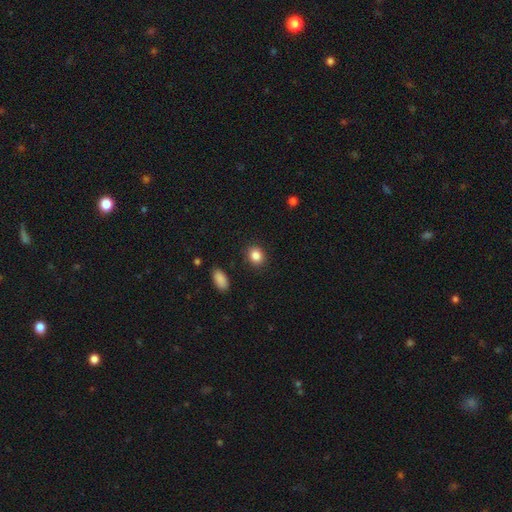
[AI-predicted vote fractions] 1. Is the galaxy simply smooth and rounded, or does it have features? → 86% smooth, 9% star or artifact, 4% featured or disk.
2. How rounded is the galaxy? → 57% round, 42% in between, 1% cigar-shaped.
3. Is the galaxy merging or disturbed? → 89% none, 7% minor disturbance, 2% major disturbance, 1% merger.